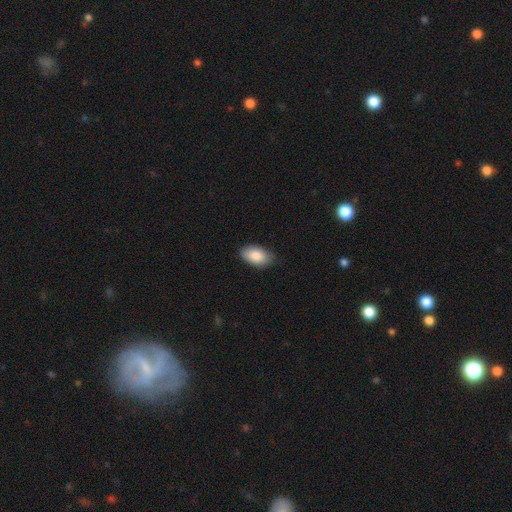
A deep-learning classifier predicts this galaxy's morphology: Smooth or featured? Predicted: smooth (p=0.87). How rounded? Predicted: in between (p=0.95). Merging? Predicted: none (p=0.82).